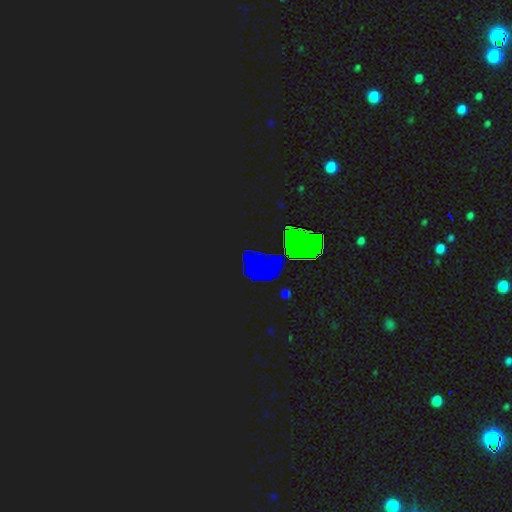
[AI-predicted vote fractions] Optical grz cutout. It shows a star or artifact, not a galaxy (67%).